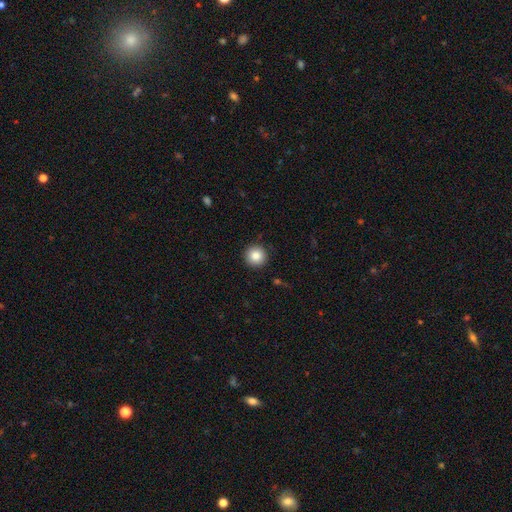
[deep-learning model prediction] A smooth galaxy with no disk features (86%) that is round (96%).

Vote fractions:
- Smooth or featured? smooth: 86% / star or artifact: 9% / featured or disk: 5%
- How rounded? round: 96% / in between: 3% / cigar-shaped: 1%
- Merging? none: 92% / minor disturbance: 5% / major disturbance: 2% / merger: 1%